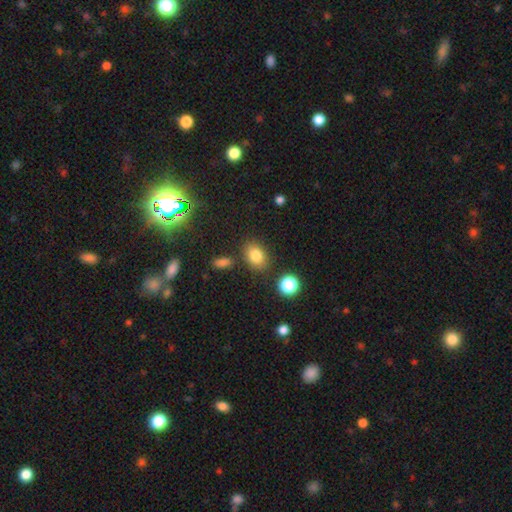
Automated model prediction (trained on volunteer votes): Morphology: type=smooth (80%); roundness=in between (66%); merging=none (80%).